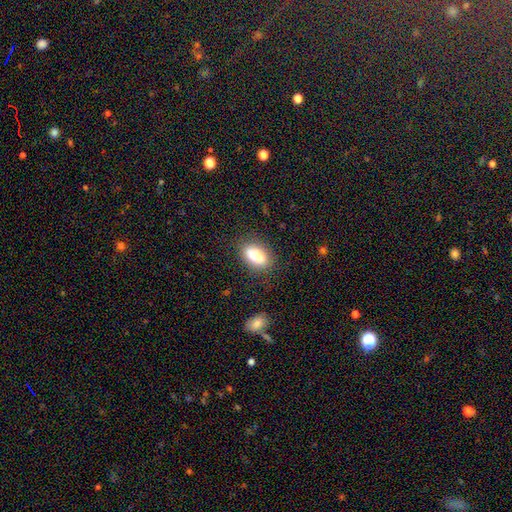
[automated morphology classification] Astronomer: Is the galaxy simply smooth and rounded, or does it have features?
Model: smooth — 84%.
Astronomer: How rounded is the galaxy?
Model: in between — 89%.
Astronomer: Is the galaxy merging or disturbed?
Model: none — 79%.